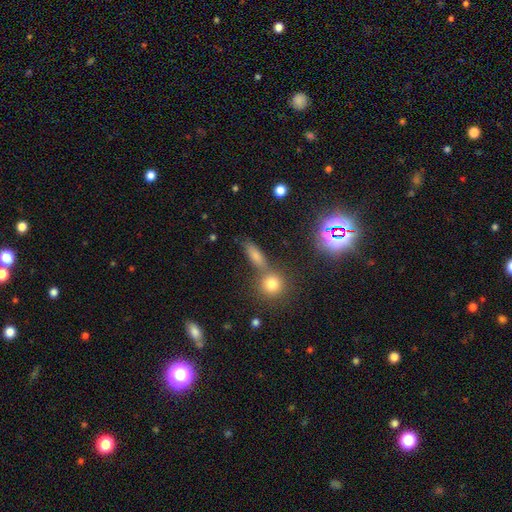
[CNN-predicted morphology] smooth-or-featured: smooth: 68% | star or artifact: 21% | featured or disk: 12%
  how-rounded: in between: 45% | cigar-shaped: 36% | round: 20%
  merging: none: 64% | merger: 20% | minor disturbance: 11% | major disturbance: 5%